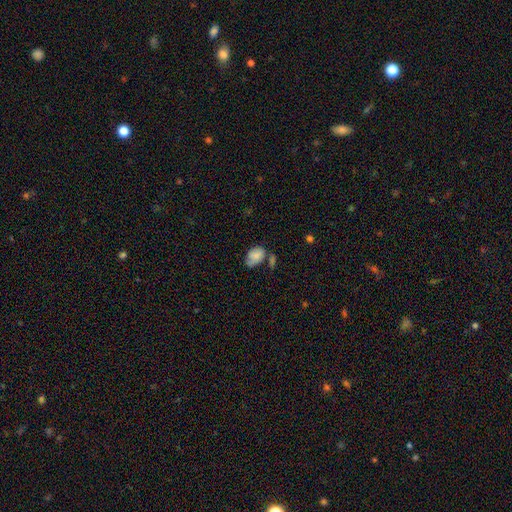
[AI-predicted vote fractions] Overall: smooth (71%). How rounded: in between (83%). Merging: none (37%; minor disturbance 30%).